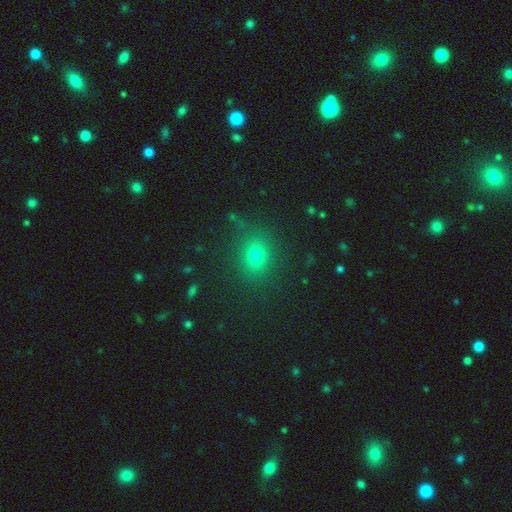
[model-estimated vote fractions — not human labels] Morphology: type=smooth (74%); roundness=round (55%); merging=none (83%).